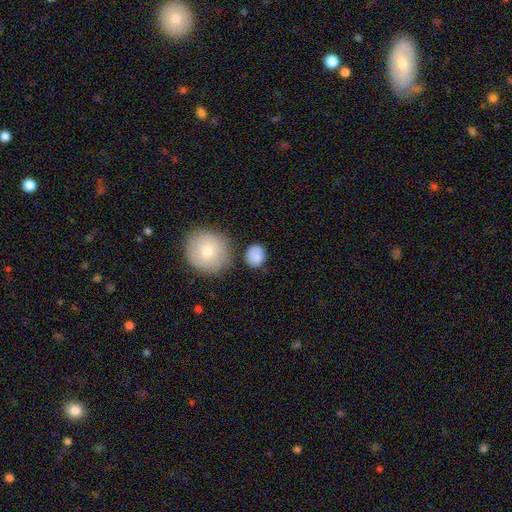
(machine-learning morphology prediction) Q: Smooth or featured?
A: smooth (84%); runner-up: star or artifact (8%)
Q: How rounded?
A: round (73%); runner-up: in between (26%)
Q: Merging?
A: none (77%); runner-up: minor disturbance (13%)